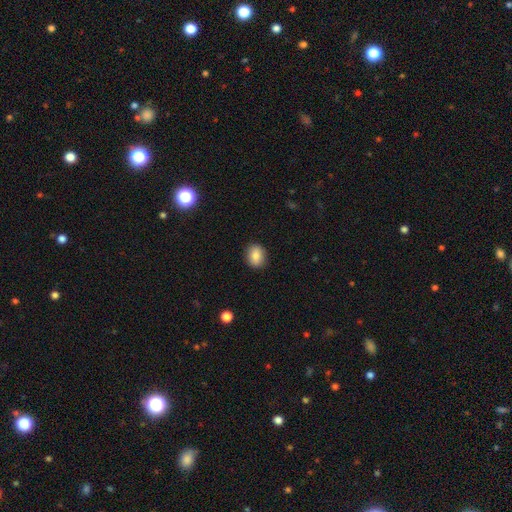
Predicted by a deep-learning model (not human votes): smooth_or_featured: smooth (p=0.84) [alt: star or artifact p=0.09]
how_rounded: round (p=0.53) [alt: in between p=0.46]
merging: none (p=0.89) [alt: minor disturbance p=0.08]